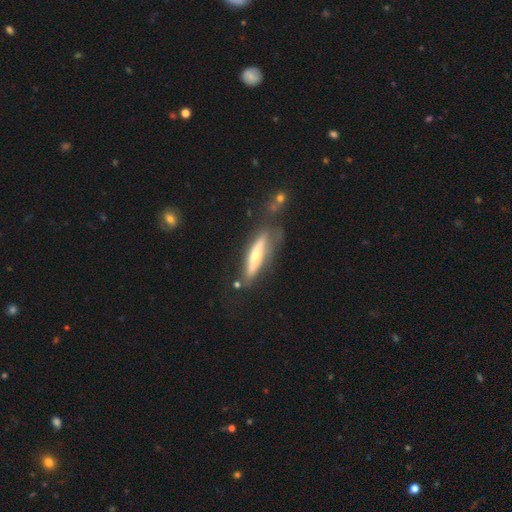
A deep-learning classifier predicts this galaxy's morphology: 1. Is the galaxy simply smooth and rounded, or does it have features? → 61% featured or disk, 32% smooth, 6% star or artifact.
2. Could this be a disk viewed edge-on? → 69% yes, 31% no.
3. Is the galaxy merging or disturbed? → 55% none, 24% minor disturbance, 14% major disturbance, 7% merger.